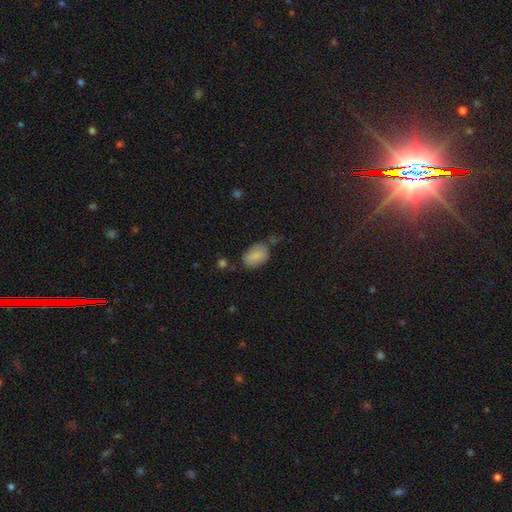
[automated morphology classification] Smooth or featured: smooth — 84% (featured or disk — 8%)
How rounded: in between — 87% (round — 11%)
Merging: none — 64% (minor disturbance — 23%)